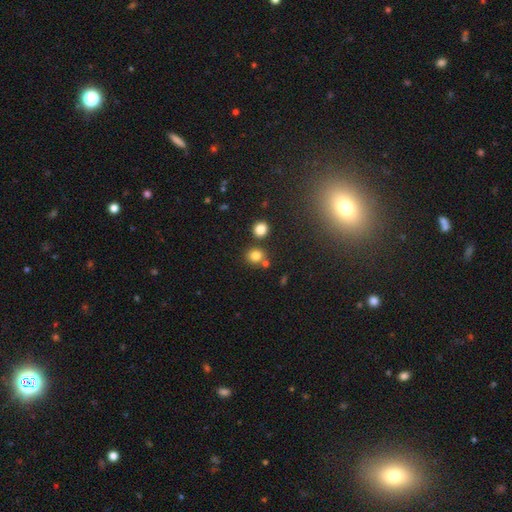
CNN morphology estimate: This appears to be a smooth galaxy with no disk features (80%) that is round (82%). Merging: none (70%).